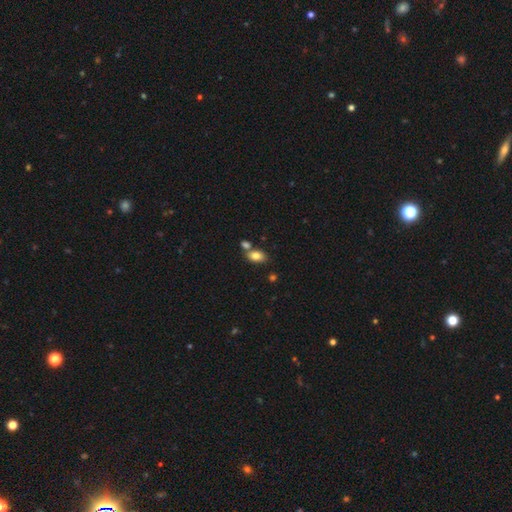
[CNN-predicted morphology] Smooth or featured? smooth (82%)
How rounded? in between (88%)
Merging? none (59%)